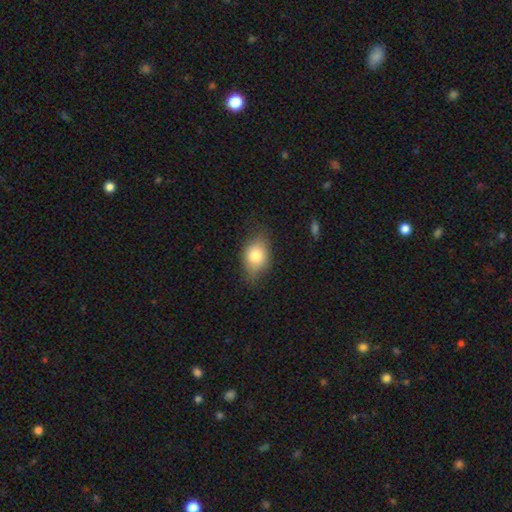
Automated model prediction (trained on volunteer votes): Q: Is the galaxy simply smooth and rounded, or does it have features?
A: smooth — 77%.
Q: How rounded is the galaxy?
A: in between — 73%.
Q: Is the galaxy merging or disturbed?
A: none — 65%.